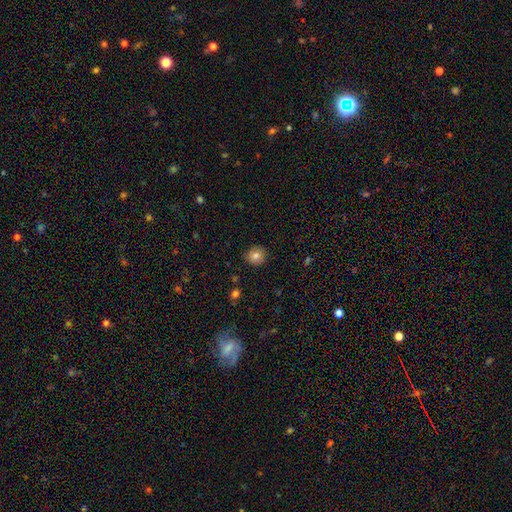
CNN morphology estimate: type=smooth (81%); roundness=round (91%); merging=none (90%).